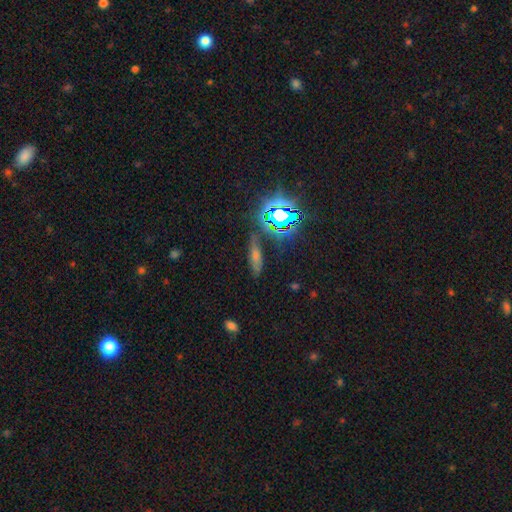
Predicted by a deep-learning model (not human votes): The model was most divided on "smooth or featured": star or artifact: 37%, smooth: 36%, featured or disk: 27%.